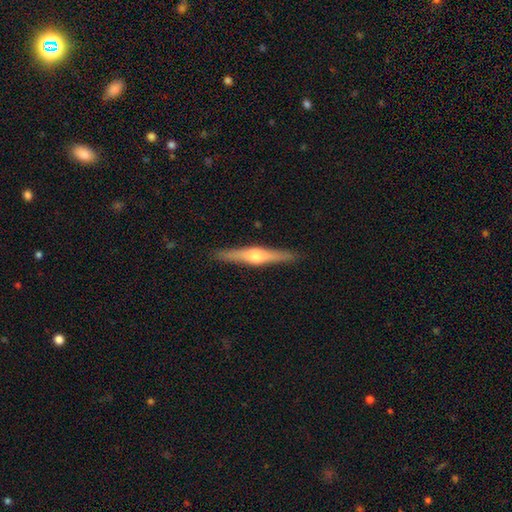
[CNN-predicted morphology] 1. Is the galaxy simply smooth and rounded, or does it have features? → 69% featured or disk, 26% smooth, 5% star or artifact.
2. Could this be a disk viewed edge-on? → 97% yes, 3% no.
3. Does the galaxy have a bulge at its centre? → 92% rounded, 5% boxy, 3% none.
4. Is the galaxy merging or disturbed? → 91% none, 7% minor disturbance, 1% major disturbance, 1% merger.